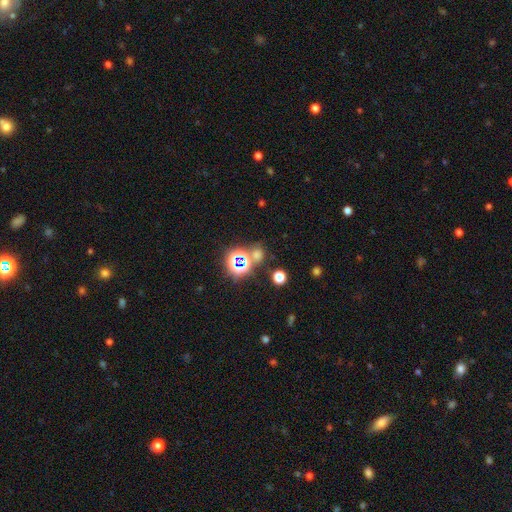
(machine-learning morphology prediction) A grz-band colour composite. It shows a star or artifact, not a galaxy (47%).